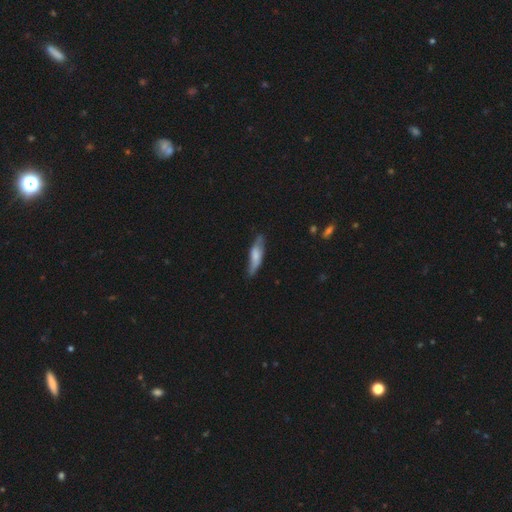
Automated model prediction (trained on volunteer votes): A smooth galaxy with no disk features (58%) that is cigar-shaped (64%). Merging: none (66%).